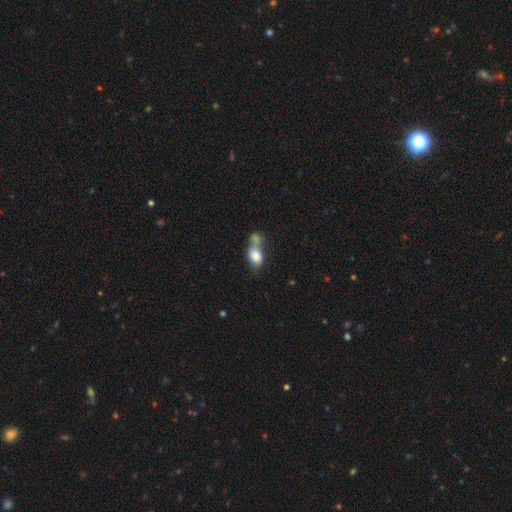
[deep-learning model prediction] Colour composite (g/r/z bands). It shows a smooth galaxy with no disk features (80%) that is in between round and cigar-shaped (75%). Merging: merger (58%).